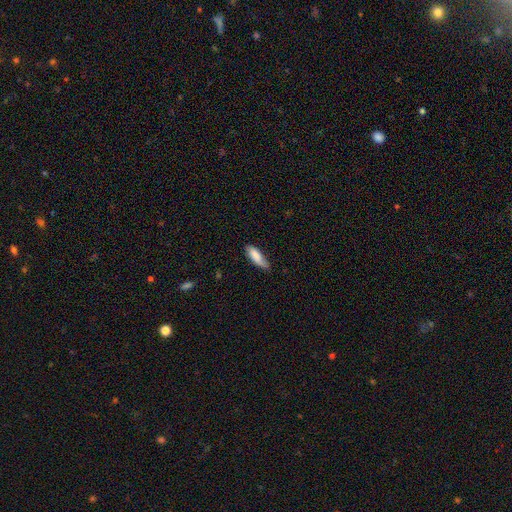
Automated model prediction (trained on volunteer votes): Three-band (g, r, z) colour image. It shows a smooth galaxy with no disk features (83%) that is in between round and cigar-shaped (61%). Merging: none (54%).